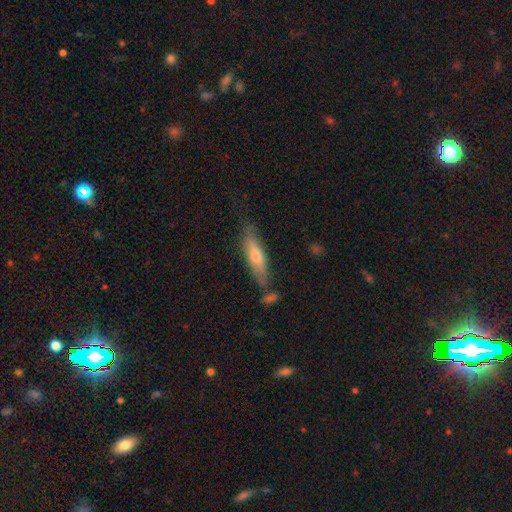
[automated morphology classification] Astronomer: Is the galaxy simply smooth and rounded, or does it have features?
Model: smooth — 52% (runner-up: featured or disk, 41%).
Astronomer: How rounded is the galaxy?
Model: cigar-shaped — 72%.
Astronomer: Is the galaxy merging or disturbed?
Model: none — 68%.